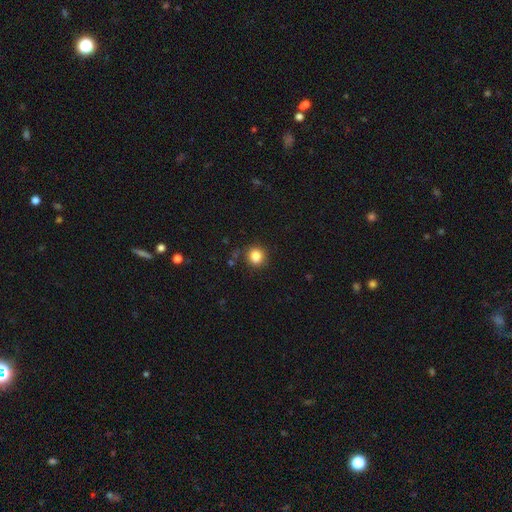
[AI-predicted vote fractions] A smooth galaxy with no disk features (84%) that is round (86%). Merging: none (82%).